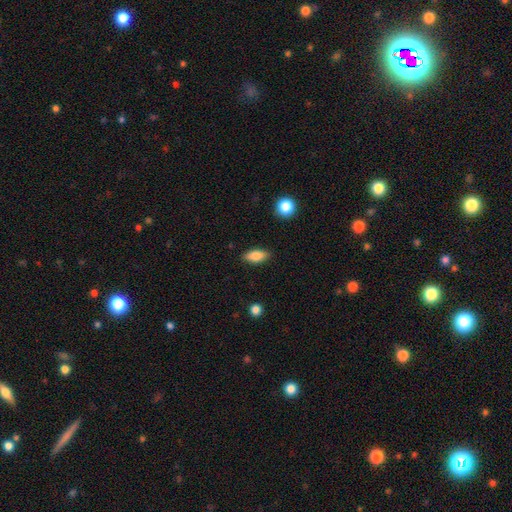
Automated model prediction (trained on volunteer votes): smooth 81%, featured or disk 12%, star or artifact 7%. Down the decision tree: how rounded — in between (82%); merging — none (87%).